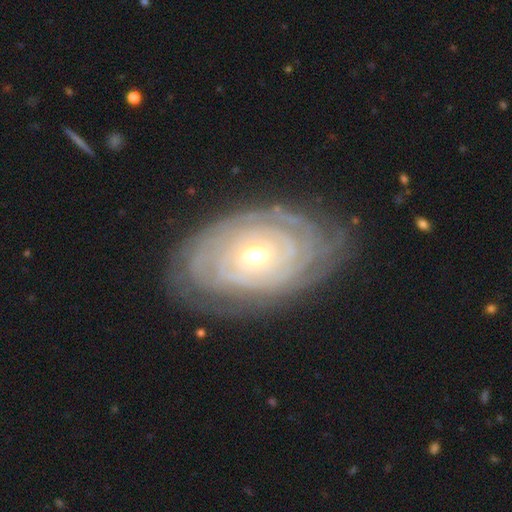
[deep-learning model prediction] featured or disk 86%, smooth 9%, star or artifact 5%. Down the decision tree: edge-on disk — no (95%); bar — no (70%); spiral arms — yes (94%); spiral arm count — can't tell (43%); spiral winding — tight (88%); bulge size — small (54%); merging — none (80%).